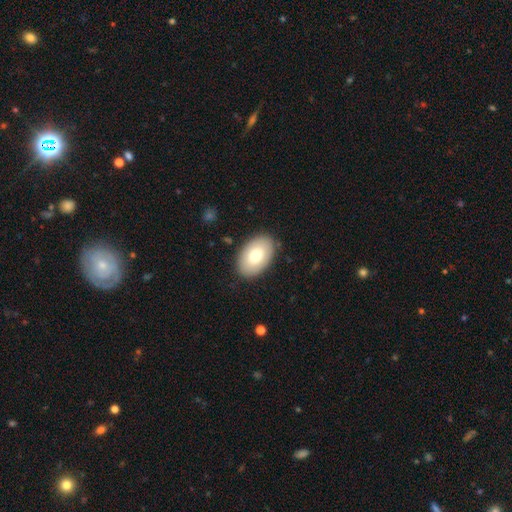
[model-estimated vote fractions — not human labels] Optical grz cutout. It shows a smooth galaxy with no disk features (77%) that is in between round and cigar-shaped (92%). Merging: none (87%).